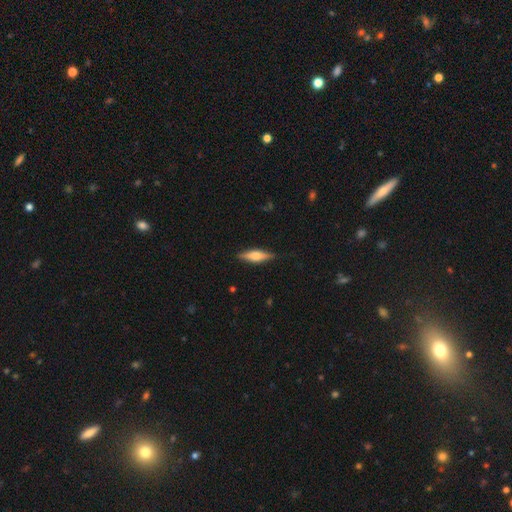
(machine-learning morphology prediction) Overall: featured or disk (49%; smooth 45%). Merging: none (86%).